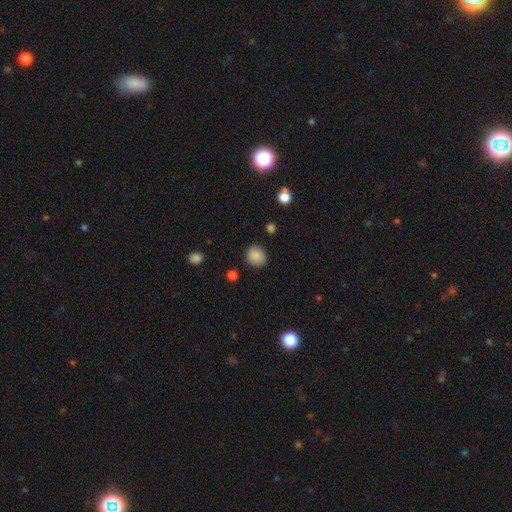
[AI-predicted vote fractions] Smooth or featured?
  - smooth: 87% *
  - star or artifact: 10%
  - featured or disk: 4%
How rounded?
  - round: 83% *
  - in between: 16%
  - cigar-shaped: 1%
Merging?
  - none: 84% *
  - minor disturbance: 11%
  - major disturbance: 3%
  - merger: 2%